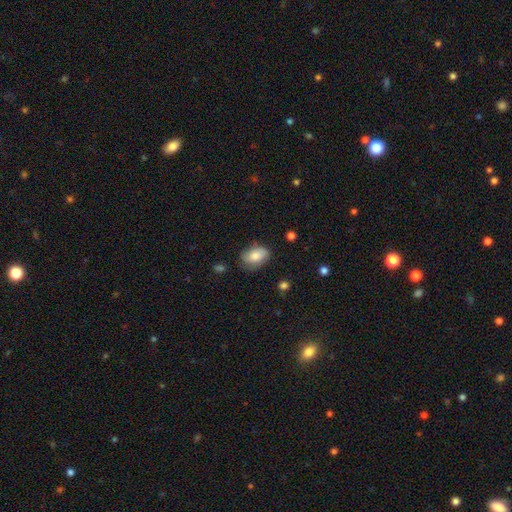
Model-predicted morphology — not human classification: Q: Smooth or featured?
A: smooth (74%); runner-up: featured or disk (19%)
Q: How rounded?
A: in between (85%); runner-up: round (14%)
Q: Merging?
A: none (68%); runner-up: minor disturbance (24%)